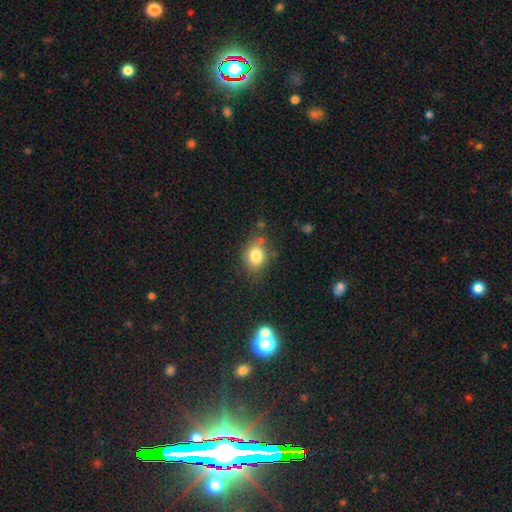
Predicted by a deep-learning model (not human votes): smooth_or_featured: smooth (p=0.81) [alt: star or artifact p=0.10]
how_rounded: in between (p=0.52) [alt: round p=0.47]
merging: none (p=0.71) [alt: minor disturbance p=0.18]